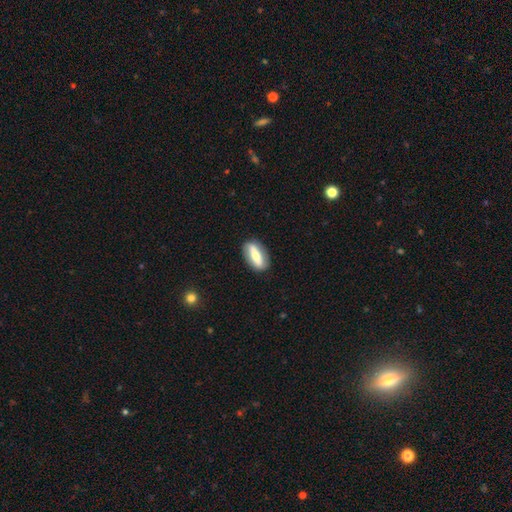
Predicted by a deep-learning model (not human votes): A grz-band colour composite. It shows a smooth galaxy with no disk features (48%). Merging: none (85%).